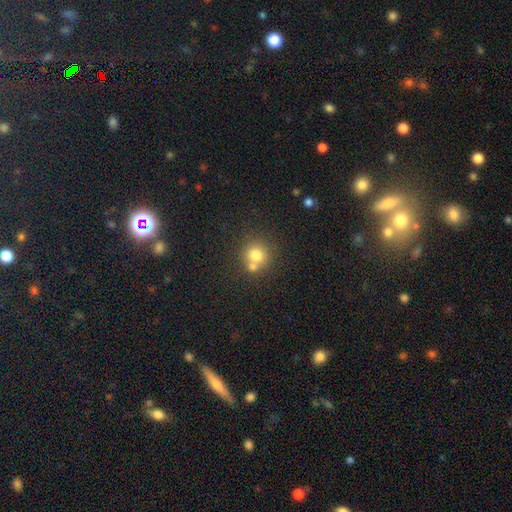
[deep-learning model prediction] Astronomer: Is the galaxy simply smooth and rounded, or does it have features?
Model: smooth — 75%.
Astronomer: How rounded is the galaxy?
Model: round — 89%.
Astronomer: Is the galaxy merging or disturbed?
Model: none — 52% (runner-up: merger, 37%).